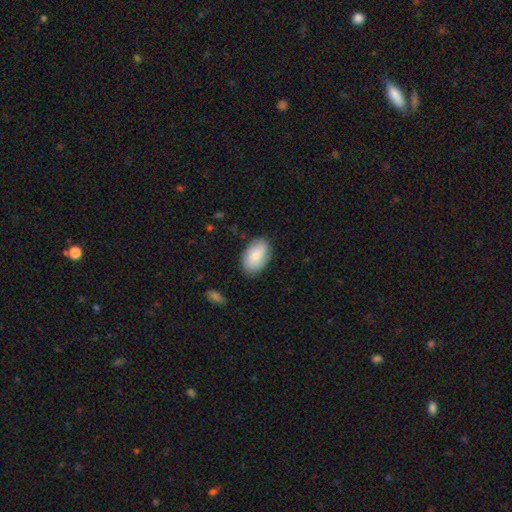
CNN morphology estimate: The model was most divided on "smooth or featured": smooth: 75%, featured or disk: 18%, star or artifact: 6%. More confident: how rounded — in between (91%); merging — none (81%).